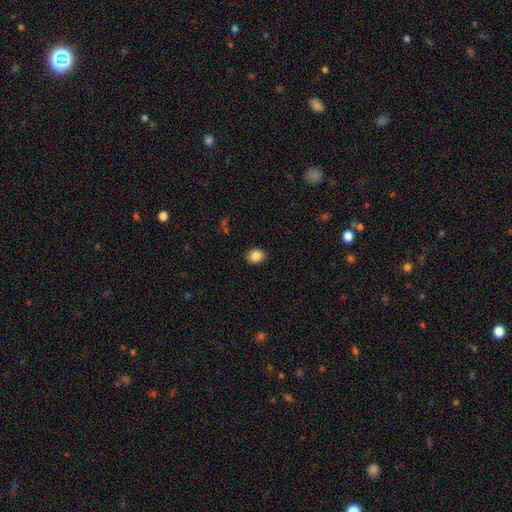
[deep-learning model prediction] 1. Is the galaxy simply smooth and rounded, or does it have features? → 86% smooth, 9% star or artifact, 5% featured or disk.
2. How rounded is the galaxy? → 56% round, 43% in between, 1% cigar-shaped.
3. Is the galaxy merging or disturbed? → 89% none, 7% minor disturbance, 2% major disturbance, 1% merger.